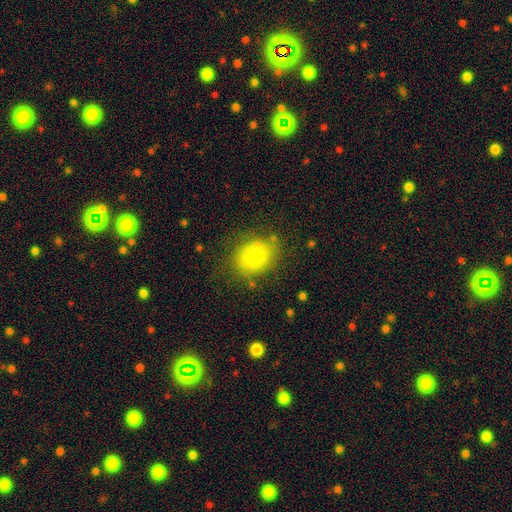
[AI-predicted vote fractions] The model was most divided on "how rounded": in between: 54%, round: 45%, cigar-shaped: 1%. More confident: smooth or featured — smooth (81%); merging — none (72%).